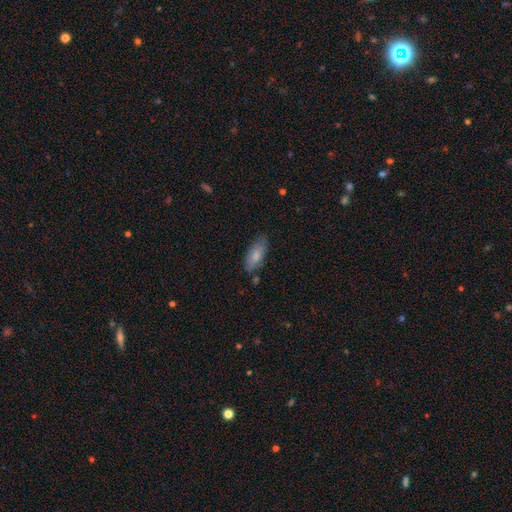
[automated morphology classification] Q: Smooth or featured?
A: smooth (77%); runner-up: featured or disk (16%)
Q: How rounded?
A: in between (82%); runner-up: cigar-shaped (16%)
Q: Merging?
A: none (69%); runner-up: minor disturbance (22%)